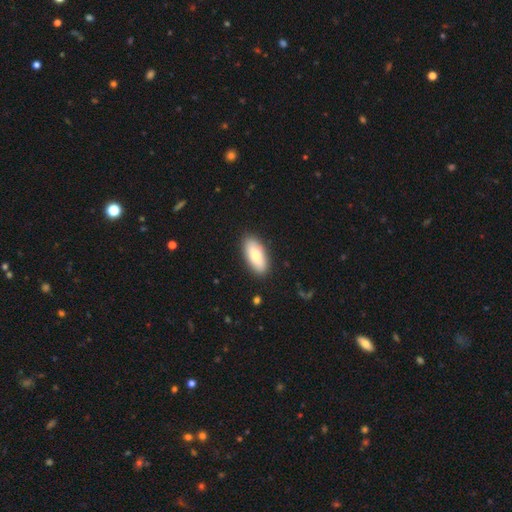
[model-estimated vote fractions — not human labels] Morphology: type=smooth (78%); roundness=in between (85%); merging=none (88%).